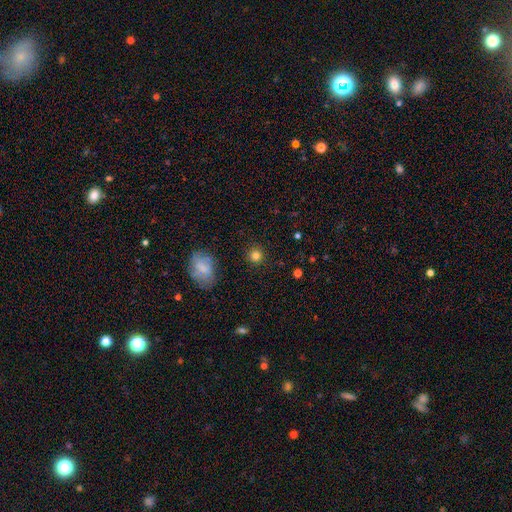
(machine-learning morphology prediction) Q: Smooth or featured?
A: smooth (81%); runner-up: star or artifact (13%)
Q: How rounded?
A: round (91%); runner-up: in between (8%)
Q: Merging?
A: none (89%); runner-up: minor disturbance (7%)